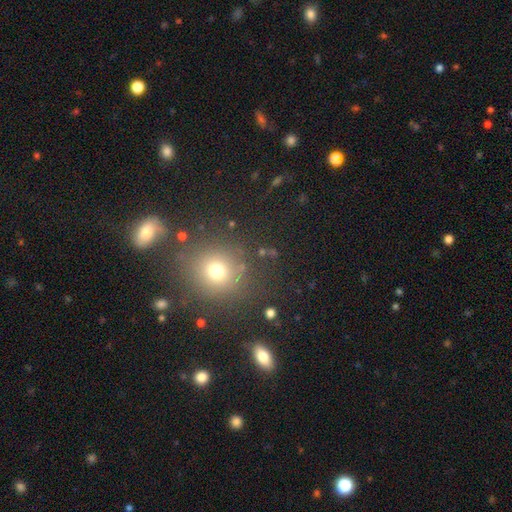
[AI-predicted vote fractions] smooth 53%, star or artifact 37%, featured or disk 10%. Down the decision tree: how rounded — round (88%); merging — none (81%).